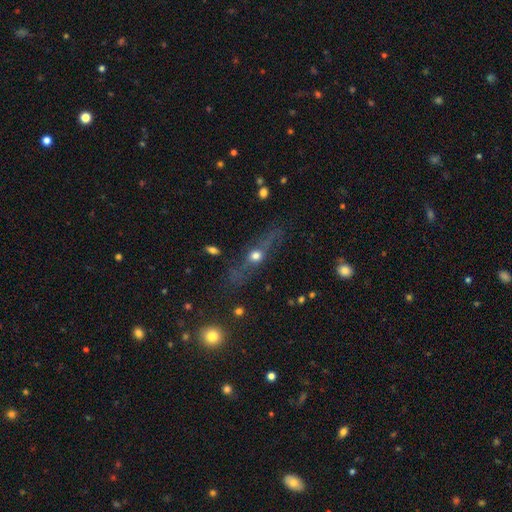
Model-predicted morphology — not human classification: smooth-or-featured: featured or disk: 43% | smooth: 41% | star or artifact: 17%
  merging: none: 60% | minor disturbance: 18% | major disturbance: 17% | merger: 5%